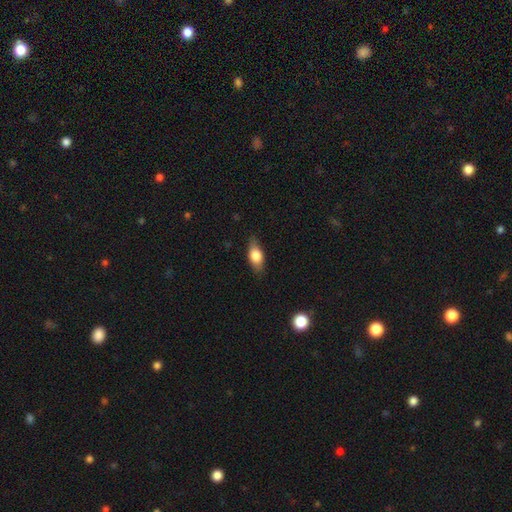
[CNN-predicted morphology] Smooth or featured? smooth (71%)
How rounded? in between (79%)
Merging? none (82%)